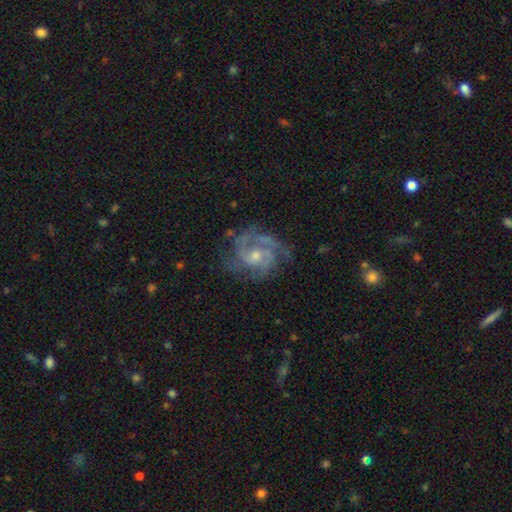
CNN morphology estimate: Smooth or featured? Predicted: featured or disk (p=0.89). Edge-on disk? Predicted: no (p=0.98). Bar? Predicted: no (p=0.64). Spiral arms? Predicted: yes (p=0.98). Spiral winding? Predicted: tight (p=0.51). Spiral arm count? Predicted: 3 (p=0.44). Bulge size? Predicted: small (p=0.49). Merging? Predicted: none (p=0.72).